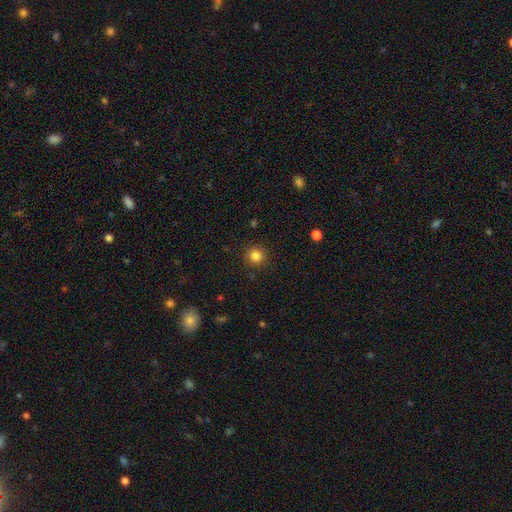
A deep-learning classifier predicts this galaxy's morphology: type=smooth (84%); roundness=round (92%); merging=none (90%).